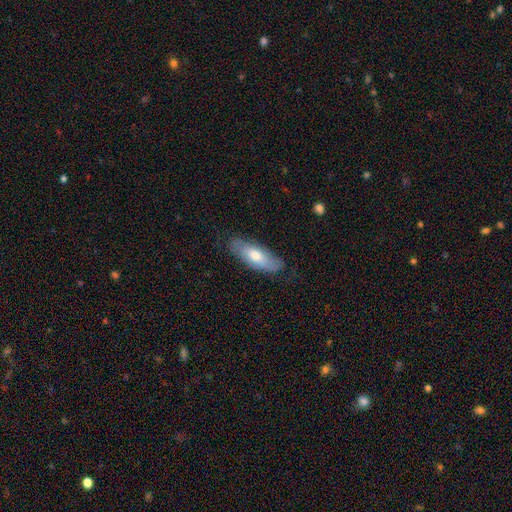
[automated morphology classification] Smooth or featured? smooth (61%)
How rounded? in between (67%)
Merging? none (77%)